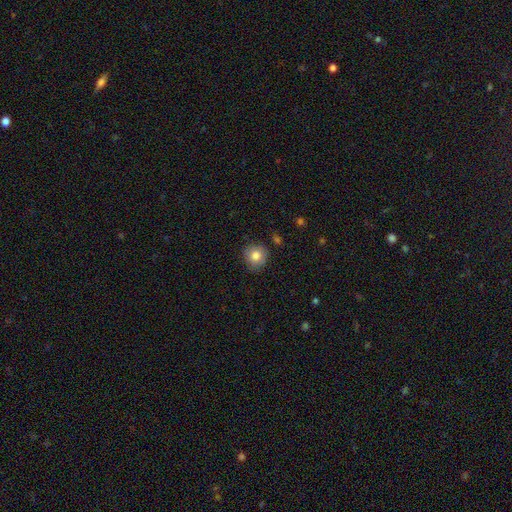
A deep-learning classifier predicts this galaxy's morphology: A smooth galaxy with no disk features (82%) that is round (89%). Merging: none (84%).